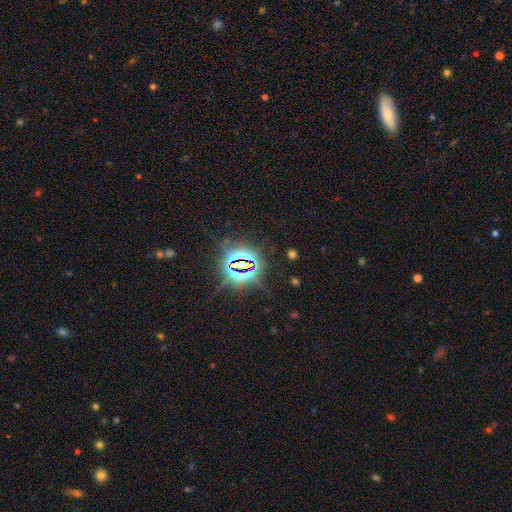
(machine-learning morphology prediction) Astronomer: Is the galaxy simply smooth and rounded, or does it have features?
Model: star or artifact — 82%.